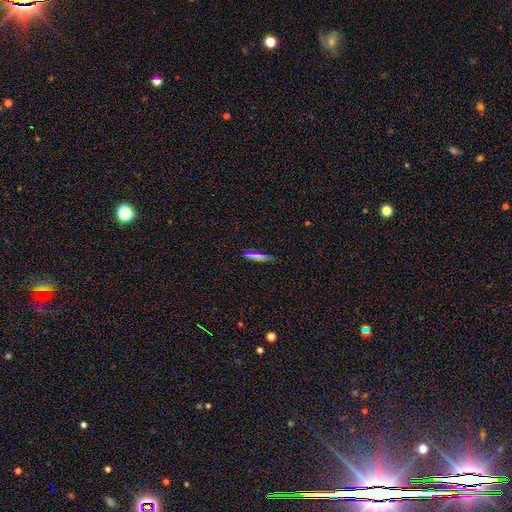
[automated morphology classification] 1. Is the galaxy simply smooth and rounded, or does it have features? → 73% smooth, 17% featured or disk, 10% star or artifact.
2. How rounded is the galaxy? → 91% cigar-shaped, 7% in between, 2% round.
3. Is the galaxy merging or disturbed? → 83% none, 13% minor disturbance, 2% major disturbance, 2% merger.